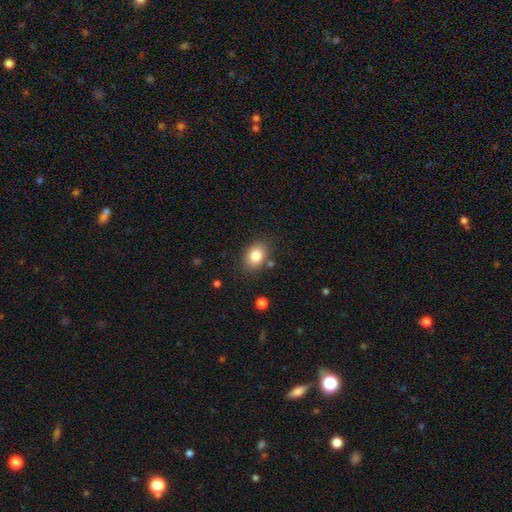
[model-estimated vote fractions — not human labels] Smooth or featured?
  - smooth: 83% *
  - star or artifact: 9%
  - featured or disk: 8%
How rounded?
  - in between: 66% *
  - round: 33%
  - cigar-shaped: 1%
Merging?
  - none: 82% *
  - minor disturbance: 12%
  - merger: 4%
  - major disturbance: 3%